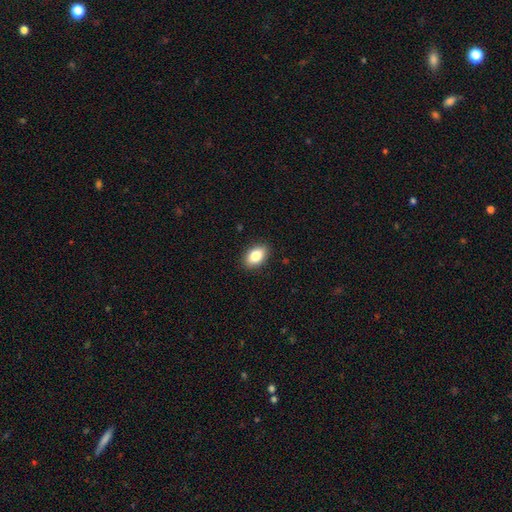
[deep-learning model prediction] A smooth galaxy with no disk features (84%) that is in between round and cigar-shaped (88%). Merging: none (88%).